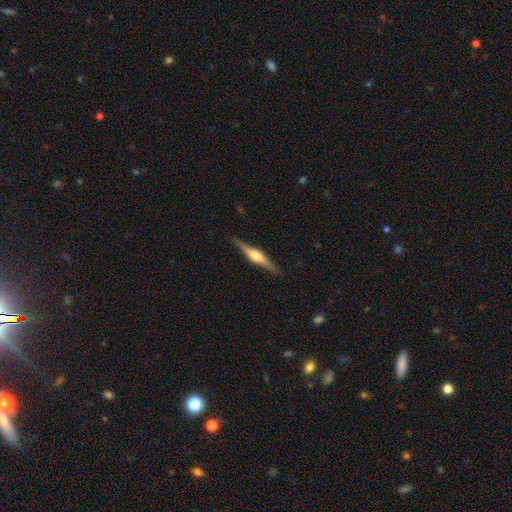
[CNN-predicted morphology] Q: Smooth or featured?
A: featured or disk (73%); runner-up: smooth (22%)
Q: Edge-on disk?
A: yes (97%); runner-up: no (3%)
Q: Edge-on bulge?
A: rounded (85%); runner-up: boxy (11%)
Q: Merging?
A: none (89%); runner-up: minor disturbance (8%)